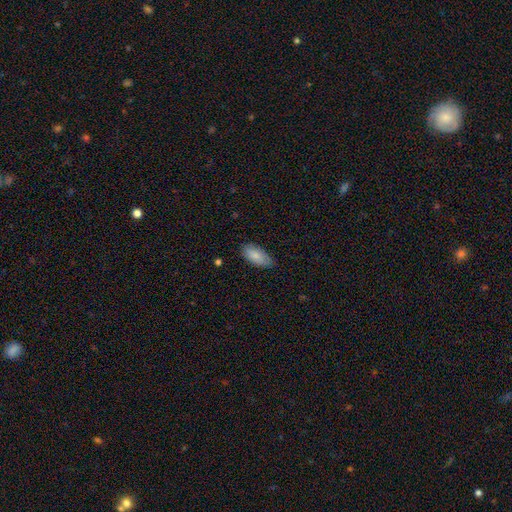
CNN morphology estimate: Smooth or featured? smooth (83%)
How rounded? in between (90%)
Merging? none (78%)